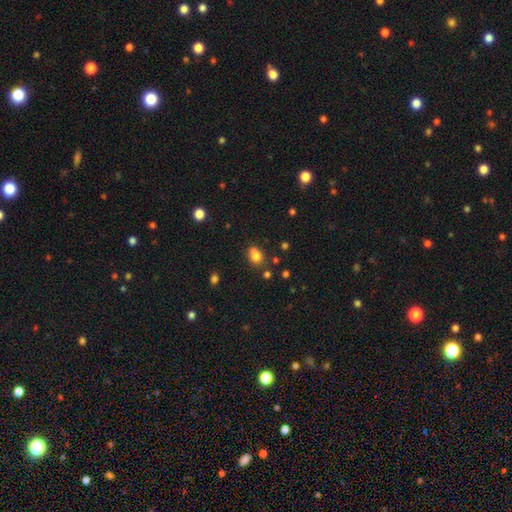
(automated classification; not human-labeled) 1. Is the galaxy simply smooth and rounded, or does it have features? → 78% smooth, 13% star or artifact, 9% featured or disk.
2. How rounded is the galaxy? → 51% in between, 48% round, 1% cigar-shaped.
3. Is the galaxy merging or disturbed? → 53% none, 22% merger, 19% minor disturbance, 6% major disturbance.